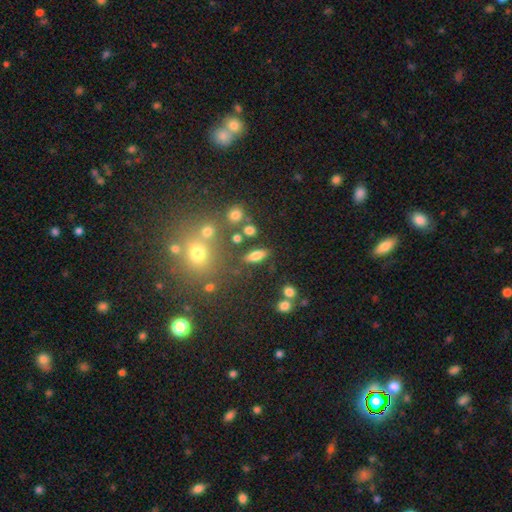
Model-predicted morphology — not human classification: This is likely a smooth galaxy (69%). How rounded: likely in between (68%). Merging: likely none (75%).